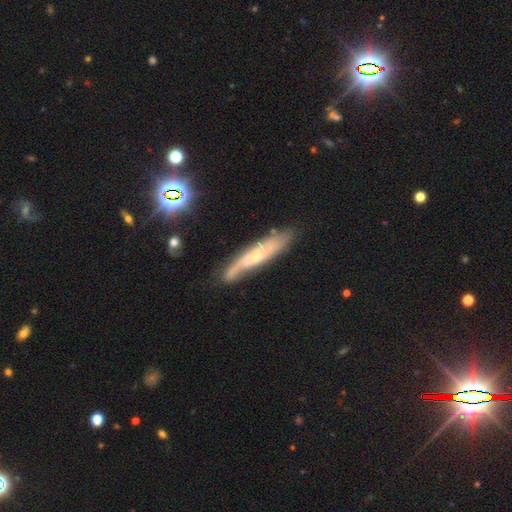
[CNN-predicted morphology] featured or disk 68%, smooth 24%, star or artifact 8%. Down the decision tree: edge-on disk — no (56%); merging — none (70%).